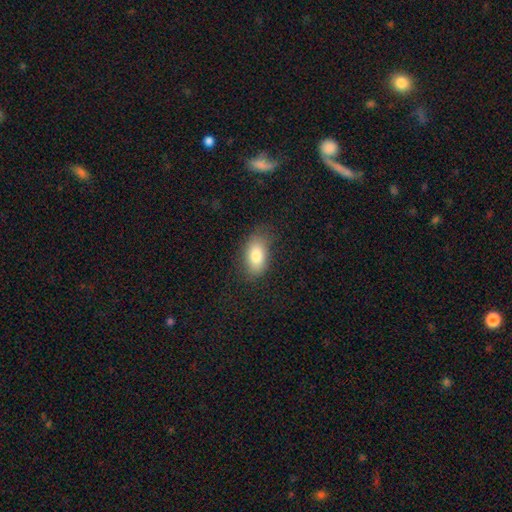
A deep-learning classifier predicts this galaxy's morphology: The model was most divided on "merging": none: 76%, minor disturbance: 17%, major disturbance: 5%, merger: 1%. More confident: how rounded — in between (90%); smooth or featured — smooth (81%).